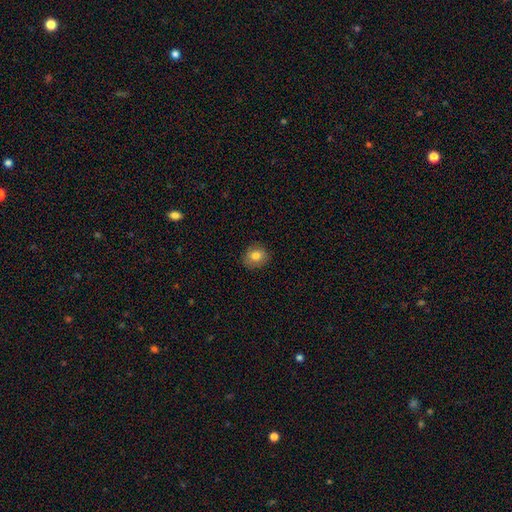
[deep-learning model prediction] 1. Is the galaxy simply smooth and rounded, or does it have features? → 80% smooth, 10% star or artifact, 10% featured or disk.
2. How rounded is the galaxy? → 75% round, 24% in between, 1% cigar-shaped.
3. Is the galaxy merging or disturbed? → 84% none, 13% minor disturbance, 3% major disturbance, 1% merger.